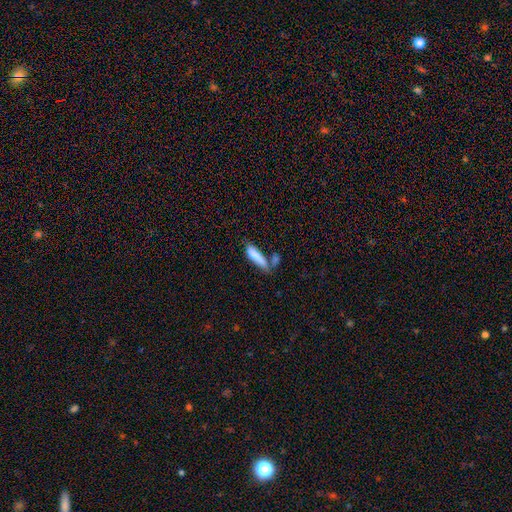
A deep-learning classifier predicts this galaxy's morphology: The model was most divided on "merging": none: 47%, merger: 25%, minor disturbance: 20%, major disturbance: 8%. More confident: smooth or featured — smooth (81%); how rounded — cigar-shaped (71%).